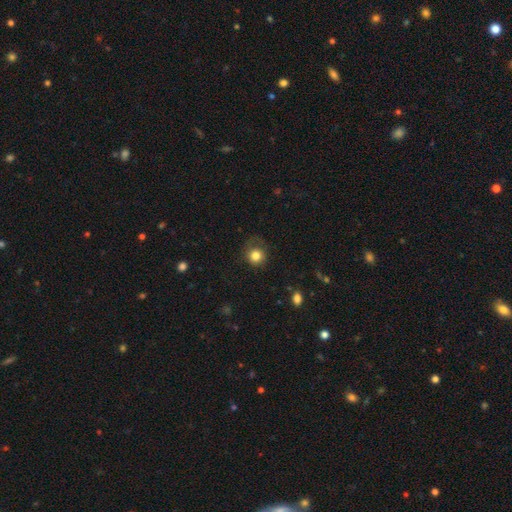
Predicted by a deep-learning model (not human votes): This is clearly a smooth galaxy (82%). How rounded: clearly round (88%). Merging: likely none (65%).